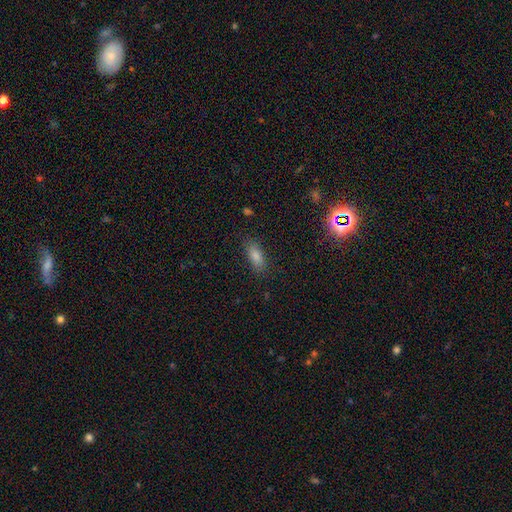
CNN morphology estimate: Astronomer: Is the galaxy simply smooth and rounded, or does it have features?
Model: smooth — 73%.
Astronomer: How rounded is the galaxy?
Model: in between — 76%.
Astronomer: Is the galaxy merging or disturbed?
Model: none — 86%.